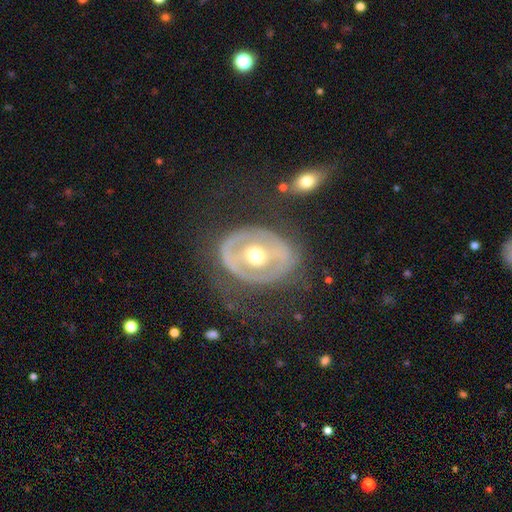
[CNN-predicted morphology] This appears to be a featured or disk galaxy (72%) with no bar (46%), no spiral arms (73%) and a moderate central bulge (76%). Merging: none (62%).